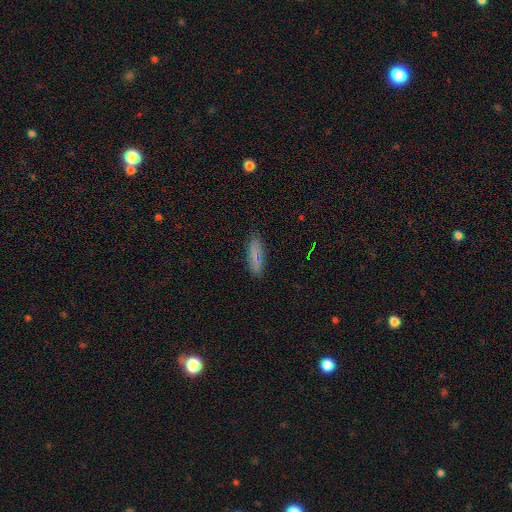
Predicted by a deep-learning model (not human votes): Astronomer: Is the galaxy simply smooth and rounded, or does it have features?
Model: smooth — 73%.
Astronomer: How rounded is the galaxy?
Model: in between — 53% (runner-up: cigar-shaped, 45%).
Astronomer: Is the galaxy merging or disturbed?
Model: none — 84%.